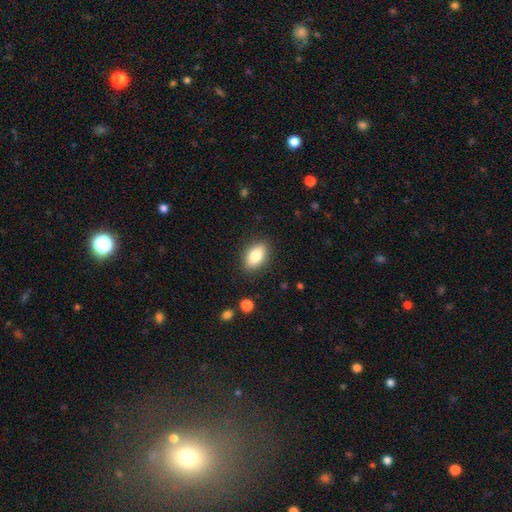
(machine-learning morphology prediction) A smooth galaxy with no disk features (81%) that is in between round and cigar-shaped (88%).

Vote fractions:
- Smooth or featured? smooth: 81% / featured or disk: 12% / star or artifact: 7%
- How rounded? in between: 88% / round: 7% / cigar-shaped: 4%
- Merging? none: 87% / minor disturbance: 10% / major disturbance: 3% / merger: 1%